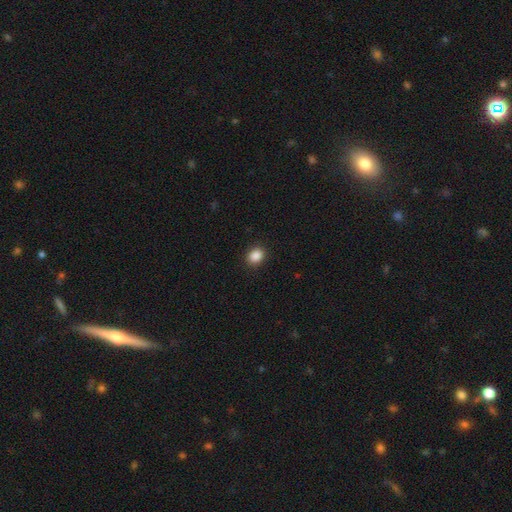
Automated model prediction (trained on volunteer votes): Overall: smooth (88%). How rounded: in between (53%; round 46%). Merging: none (91%).